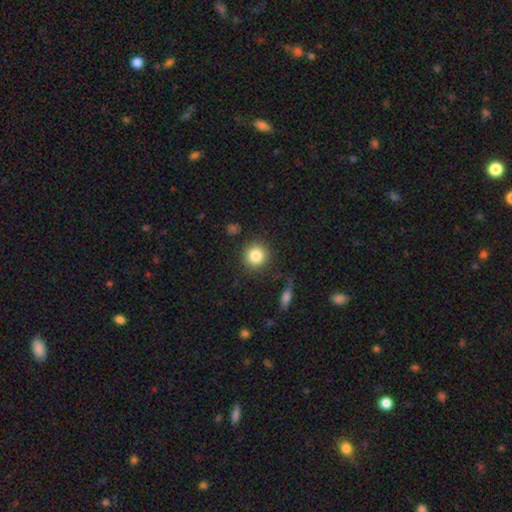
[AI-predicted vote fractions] smooth 84%, star or artifact 10%, featured or disk 6%. Down the decision tree: how rounded — round (93%); merging — none (87%).